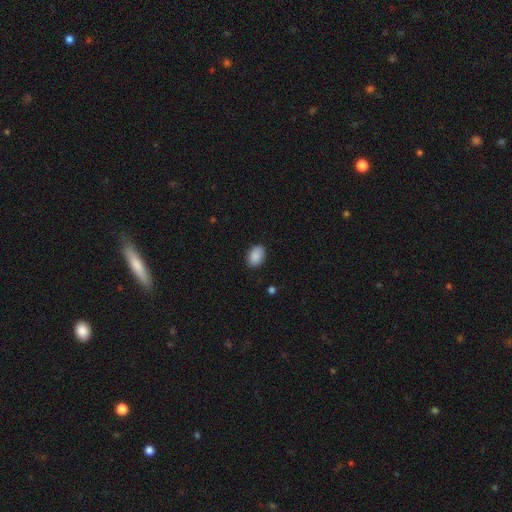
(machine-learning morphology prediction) smooth 89%, star or artifact 7%, featured or disk 4%. Down the decision tree: how rounded — in between (87%); merging — none (87%).